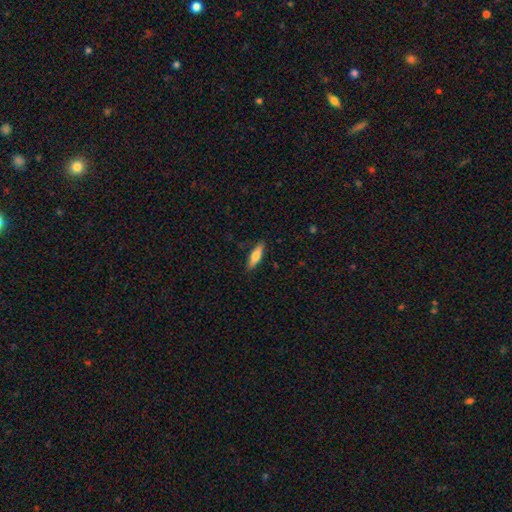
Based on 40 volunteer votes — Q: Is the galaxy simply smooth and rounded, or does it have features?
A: smooth — 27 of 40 (68%).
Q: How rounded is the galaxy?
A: cigar-shaped — 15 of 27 (56%).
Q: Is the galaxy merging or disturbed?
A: none — 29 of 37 (78%).